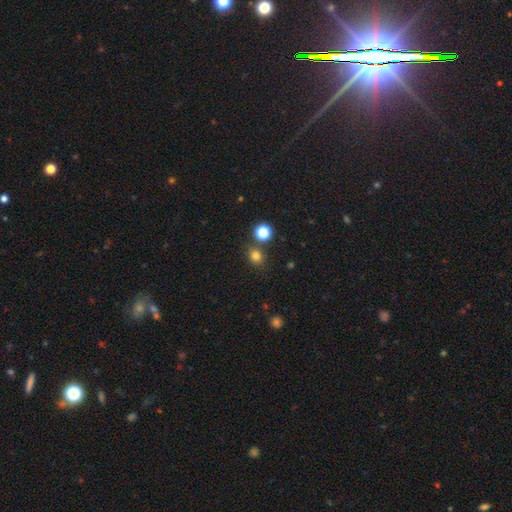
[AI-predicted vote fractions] Morphology: type=smooth (78%); roundness=round (77%); merging=none (78%).